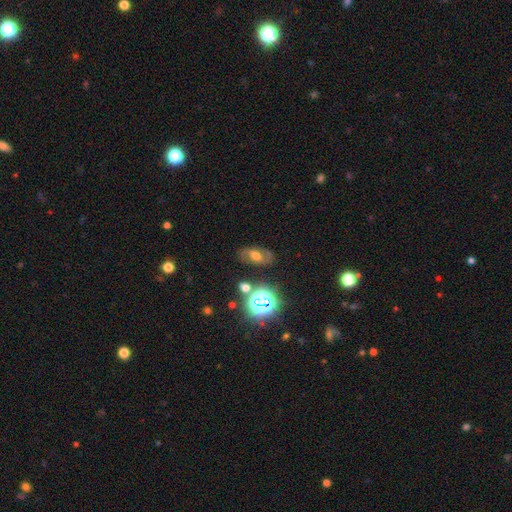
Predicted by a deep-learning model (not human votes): A featured or disk galaxy (45%).

Vote fractions:
- Smooth or featured? featured or disk: 45% / smooth: 32% / star or artifact: 23%
- Merging? none: 73% / minor disturbance: 16% / major disturbance: 7% / merger: 4%